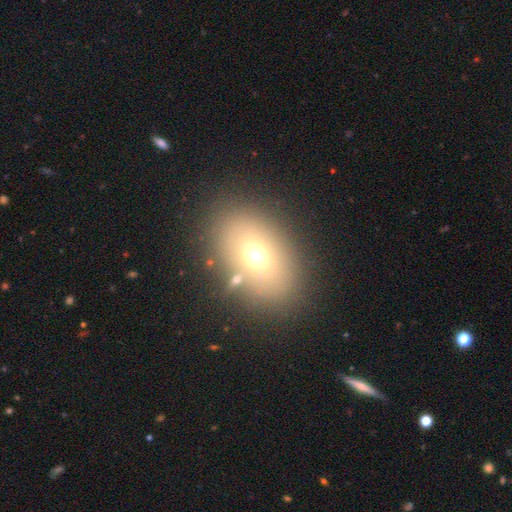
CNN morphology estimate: Overall: smooth (68%). How rounded: in between (80%). Merging: none (83%).